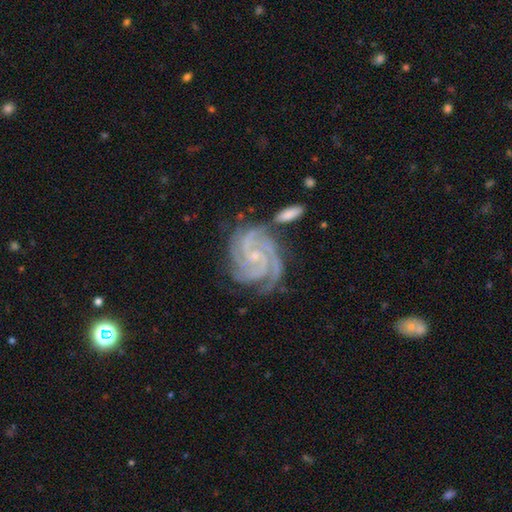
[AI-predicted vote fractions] Smooth or featured? Predicted: featured or disk (p=0.92). Edge-on disk? Predicted: no (p=0.98). Bar? Predicted: no (p=0.62). Spiral arms? Predicted: yes (p=0.99). Spiral winding? Predicted: tight (p=0.77). Spiral arm count? Predicted: 4 (p=0.39). Bulge size? Predicted: small (p=0.79). Merging? Predicted: none (p=0.66).